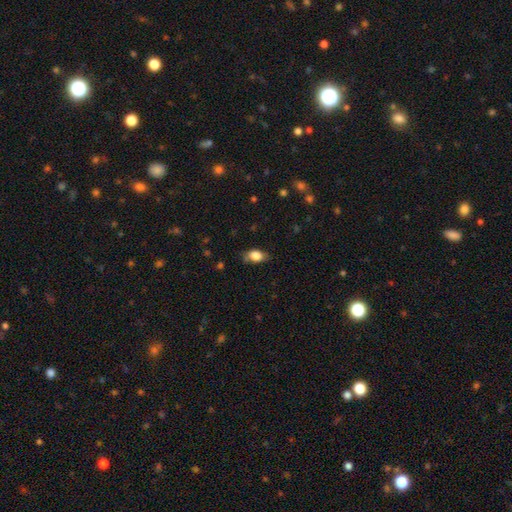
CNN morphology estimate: Smooth or featured? smooth (80%)
How rounded? in between (84%)
Merging? none (73%)